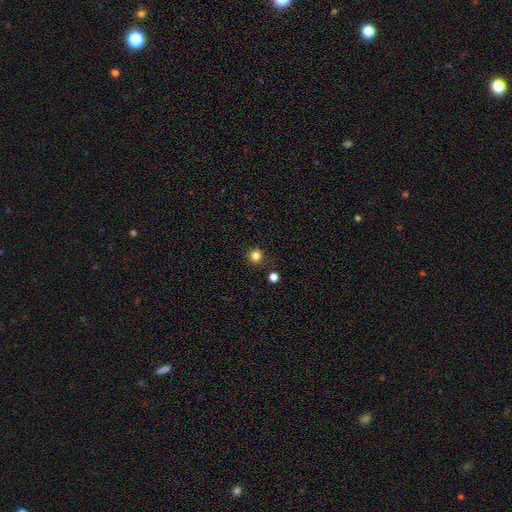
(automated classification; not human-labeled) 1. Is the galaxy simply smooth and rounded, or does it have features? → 82% smooth, 13% star or artifact, 4% featured or disk.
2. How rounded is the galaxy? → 94% round, 5% in between, 1% cigar-shaped.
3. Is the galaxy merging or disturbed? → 89% none, 7% minor disturbance, 3% merger, 2% major disturbance.